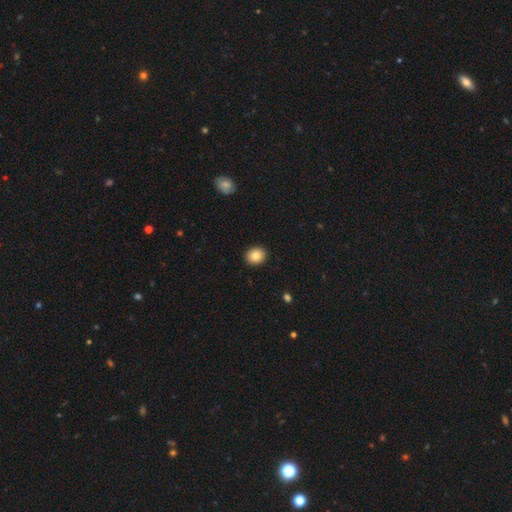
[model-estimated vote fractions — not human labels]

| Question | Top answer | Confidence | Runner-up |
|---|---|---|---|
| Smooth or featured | smooth | 83% | star or artifact (9%) |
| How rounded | round | 70% | in between (29%) |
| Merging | none | 92% | minor disturbance (6%) |